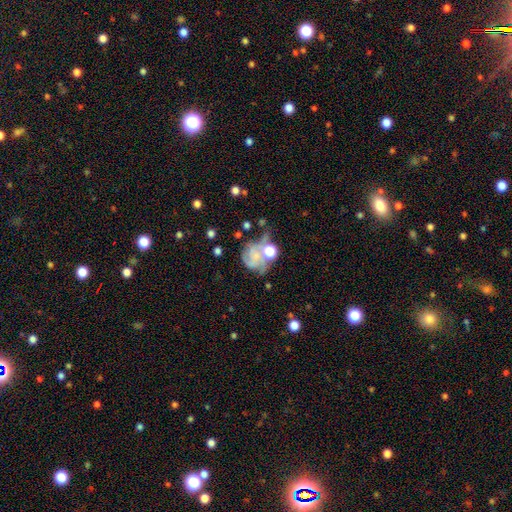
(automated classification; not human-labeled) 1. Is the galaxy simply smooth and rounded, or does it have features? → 61% featured or disk, 28% smooth, 11% star or artifact.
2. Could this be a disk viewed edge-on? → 98% no, 2% yes.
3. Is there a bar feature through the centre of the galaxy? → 74% no, 21% weak, 5% strong.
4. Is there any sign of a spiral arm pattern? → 82% yes, 18% no.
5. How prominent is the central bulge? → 45% small, 30% none, 19% moderate, 4% large, 2% dominant.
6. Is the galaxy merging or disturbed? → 36% none, 24% major disturbance, 21% minor disturbance, 20% merger.